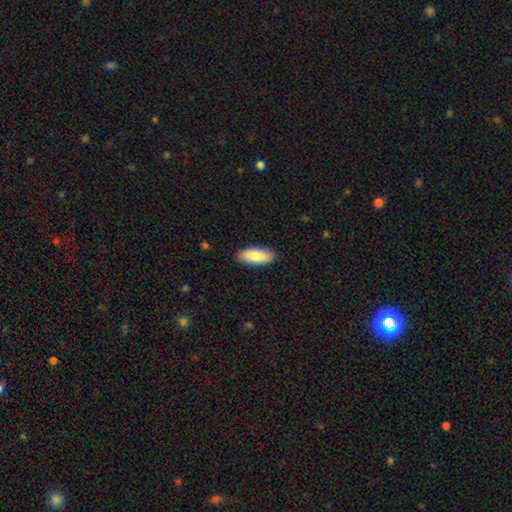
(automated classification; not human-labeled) smooth 83%, featured or disk 12%, star or artifact 5%. Down the decision tree: how rounded — in between (80%); merging — none (89%).